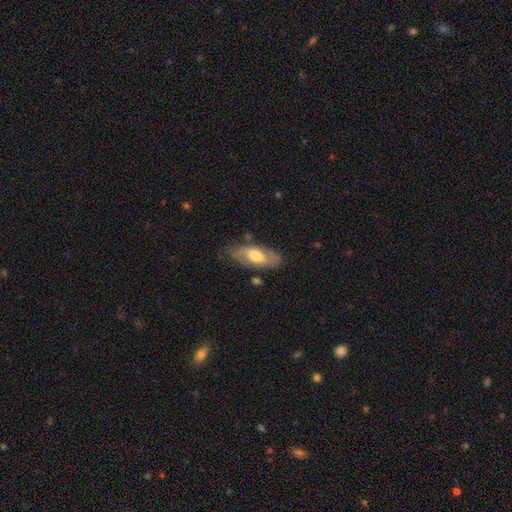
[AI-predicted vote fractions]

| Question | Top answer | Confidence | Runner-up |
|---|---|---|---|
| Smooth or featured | smooth | 57% | featured or disk (37%) |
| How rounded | in between | 78% | cigar-shaped (19%) |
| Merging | none | 70% | minor disturbance (21%) |